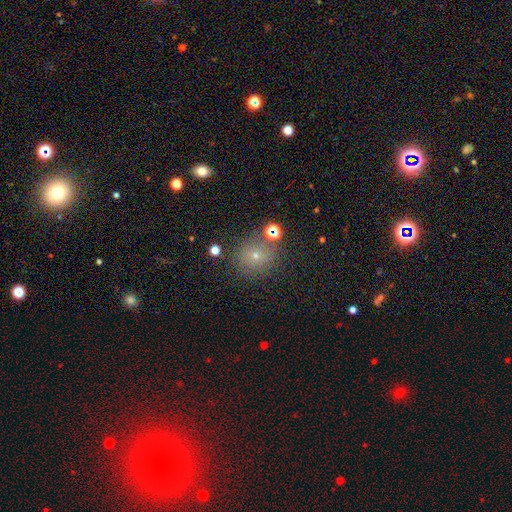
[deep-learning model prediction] Overall: smooth (62%; star or artifact 25%). How rounded: round (85%). Merging: none (79%).